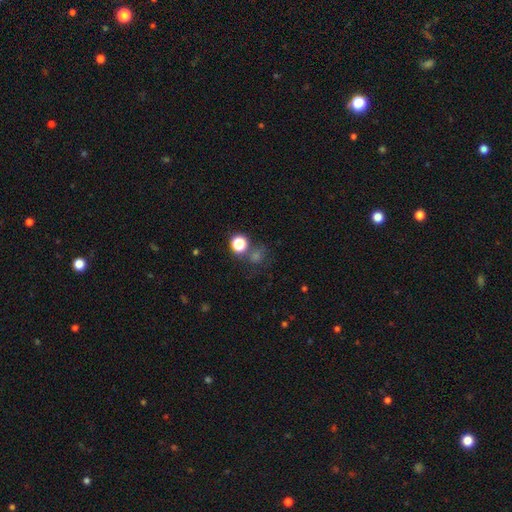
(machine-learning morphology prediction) This is possibly a smooth galaxy (48%). Merging: likely none (65%).